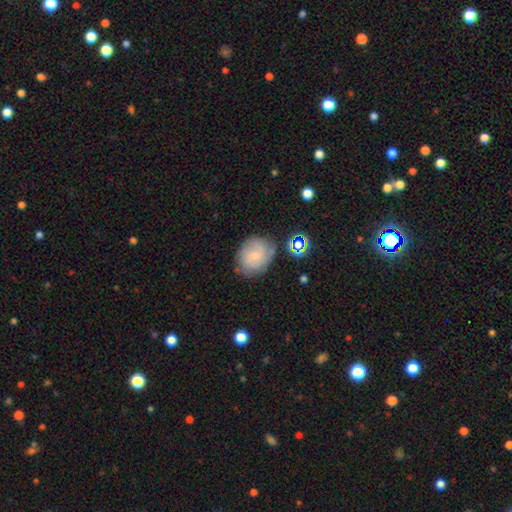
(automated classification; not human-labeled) This appears to be a featured or disk galaxy (48%). Merging: none (69%).